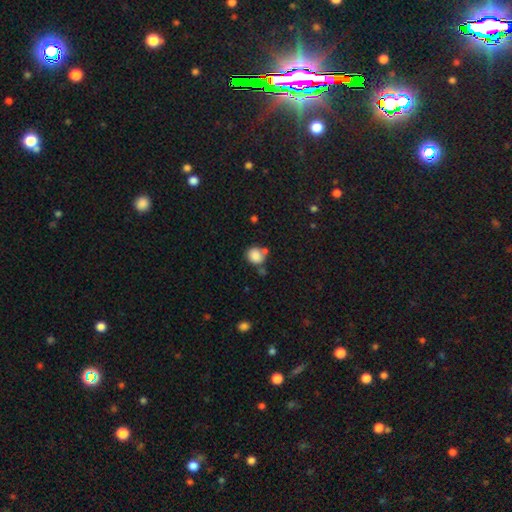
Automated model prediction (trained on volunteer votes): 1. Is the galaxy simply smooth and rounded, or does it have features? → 84% smooth, 10% star or artifact, 7% featured or disk.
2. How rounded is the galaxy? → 72% round, 27% in between, 1% cigar-shaped.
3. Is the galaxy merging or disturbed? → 54% none, 22% merger, 19% minor disturbance, 6% major disturbance.